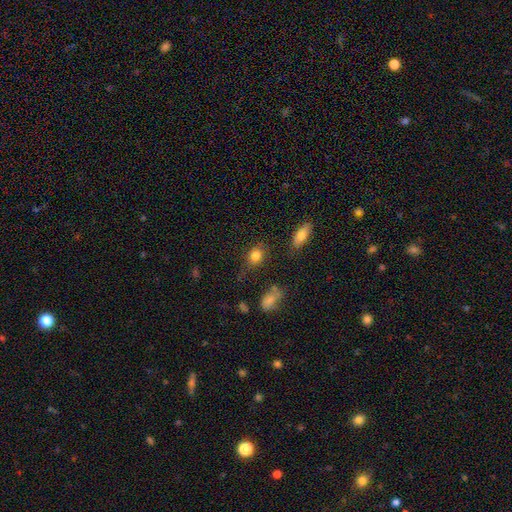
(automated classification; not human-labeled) A smooth galaxy with no disk features (82%) that is in between round and cigar-shaped (49%).

Vote fractions:
- Smooth or featured? smooth: 82% / star or artifact: 10% / featured or disk: 8%
- How rounded? in between: 49% / round: 48% / cigar-shaped: 2%
- Merging? none: 65% / minor disturbance: 22% / major disturbance: 8% / merger: 4%